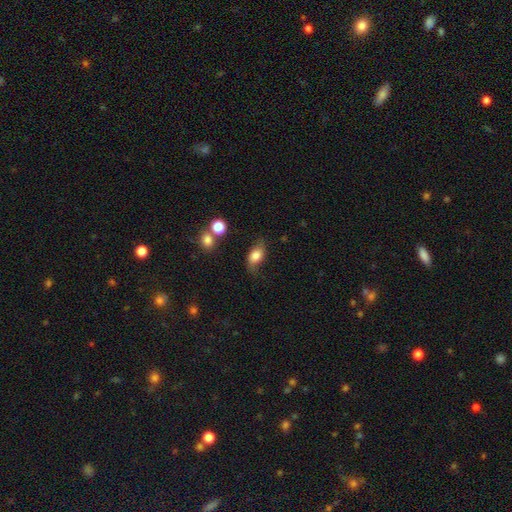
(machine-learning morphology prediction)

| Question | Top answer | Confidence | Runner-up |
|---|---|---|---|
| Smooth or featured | smooth | 71% | featured or disk (20%) |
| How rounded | in between | 84% | round (12%) |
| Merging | none | 60% | minor disturbance (26%) |